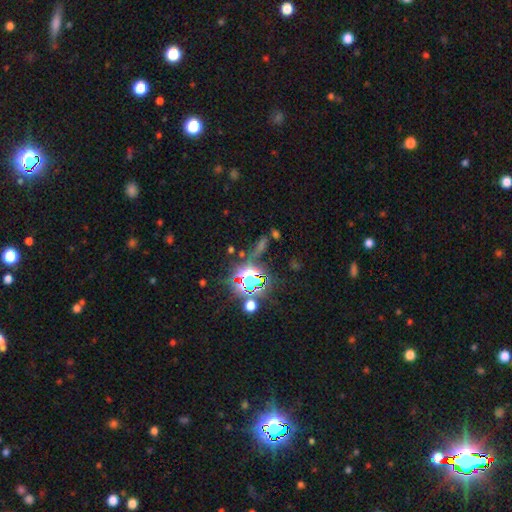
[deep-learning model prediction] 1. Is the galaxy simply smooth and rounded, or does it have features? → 79% star or artifact, 13% smooth, 8% featured or disk.